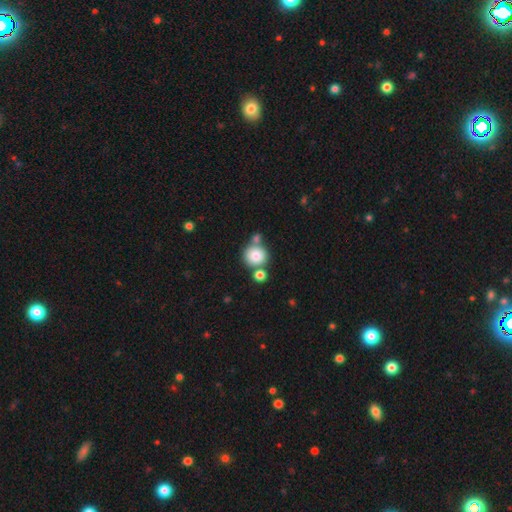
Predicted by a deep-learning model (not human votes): The model was most divided on "merging": none: 60%, merger: 27%, minor disturbance: 10%, major disturbance: 3%. More confident: how rounded — round (88%); smooth or featured — smooth (80%).